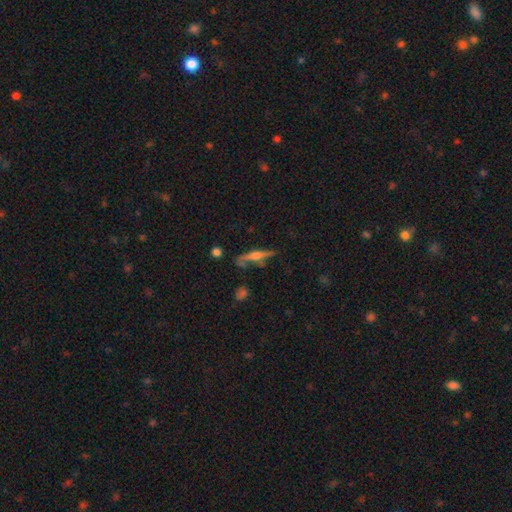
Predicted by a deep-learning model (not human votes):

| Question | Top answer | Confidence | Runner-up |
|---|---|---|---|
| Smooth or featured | featured or disk | 54% | smooth (38%) |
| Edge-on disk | yes | 91% | no (9%) |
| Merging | none | 61% | minor disturbance (20%) |